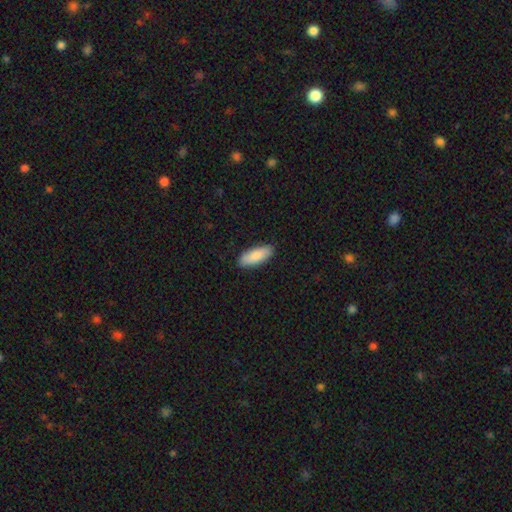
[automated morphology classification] This is clearly a smooth galaxy (85%). How rounded: likely in between (74%). Merging: clearly none (89%).